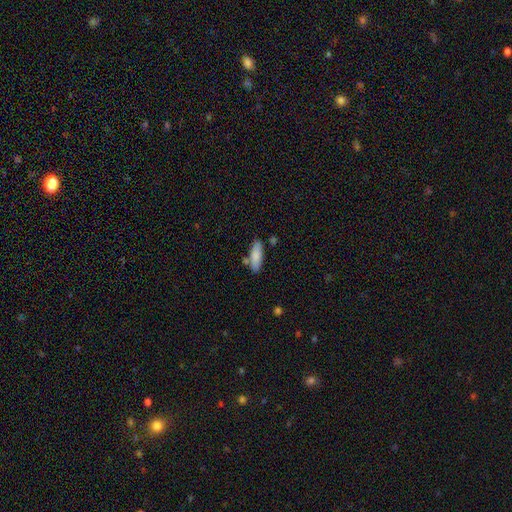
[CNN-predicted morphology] Smooth or featured?
  - smooth: 83% *
  - featured or disk: 11%
  - star or artifact: 6%
How rounded?
  - in between: 55% *
  - cigar-shaped: 43%
  - round: 2%
Merging?
  - none: 77% *
  - minor disturbance: 13%
  - merger: 7%
  - major disturbance: 3%